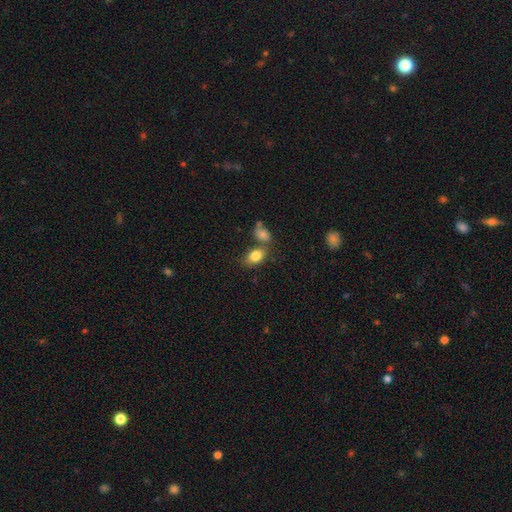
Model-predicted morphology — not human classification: Overall: smooth (83%). How rounded: in between (83%). Merging: none (60%; merger 23%).